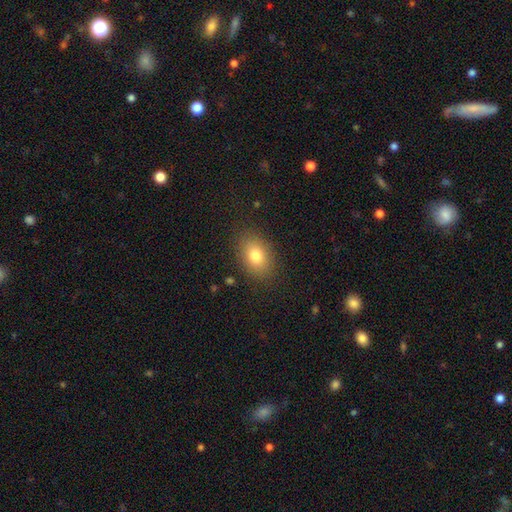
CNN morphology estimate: A smooth galaxy with no disk features (79%) that is in between round and cigar-shaped (81%). Merging: none (86%).